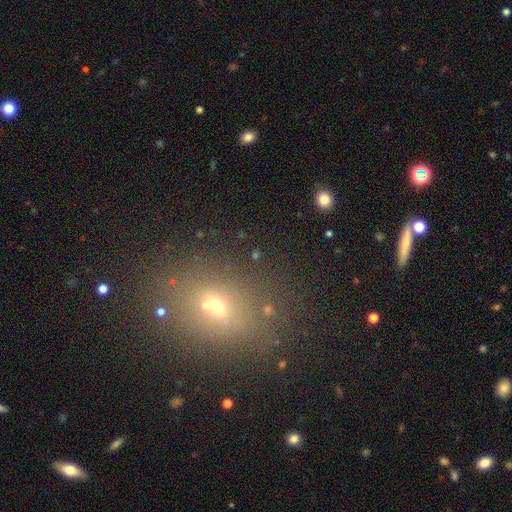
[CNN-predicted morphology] smooth_or_featured: smooth (p=0.45) [alt: star or artifact p=0.38]
merging: none (p=0.72) [alt: merger p=0.11]